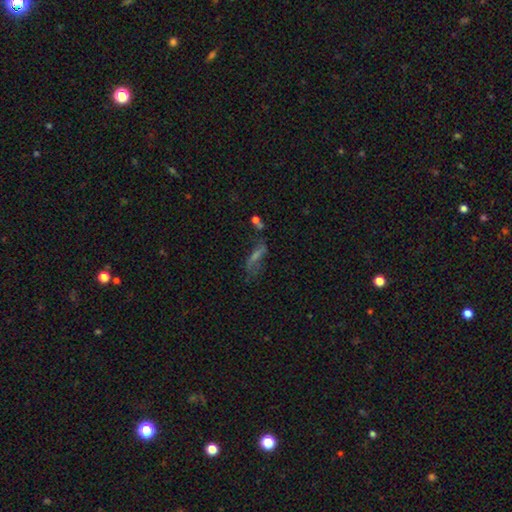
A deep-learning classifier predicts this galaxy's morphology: smooth_or_featured: featured or disk (p=0.45) [alt: smooth p=0.31]
merging: none (p=0.50) [alt: major disturbance p=0.20]